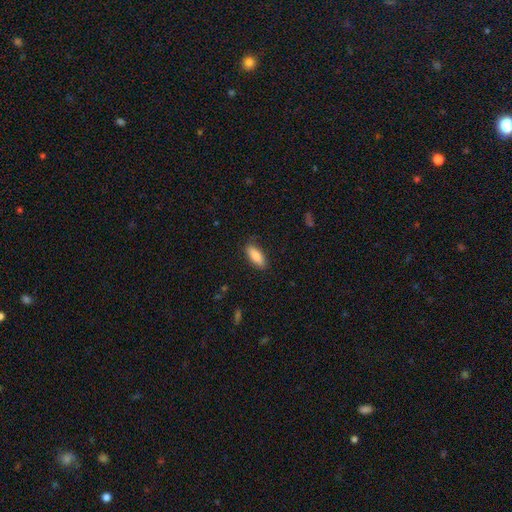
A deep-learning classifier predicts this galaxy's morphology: The model was most divided on "how rounded": in between: 75%, cigar-shaped: 24%, round: 2%. More confident: smooth or featured — smooth (85%); merging — none (83%).